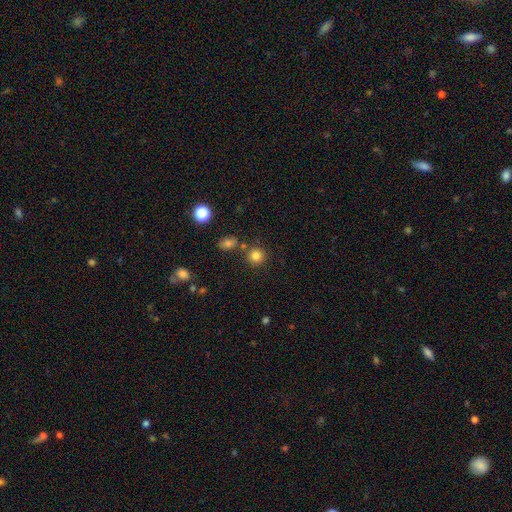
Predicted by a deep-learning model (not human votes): Smooth or featured?
  - smooth: 82% *
  - star or artifact: 13%
  - featured or disk: 6%
How rounded?
  - round: 92% *
  - in between: 7%
  - cigar-shaped: 1%
Merging?
  - none: 80% *
  - merger: 10%
  - minor disturbance: 8%
  - major disturbance: 3%